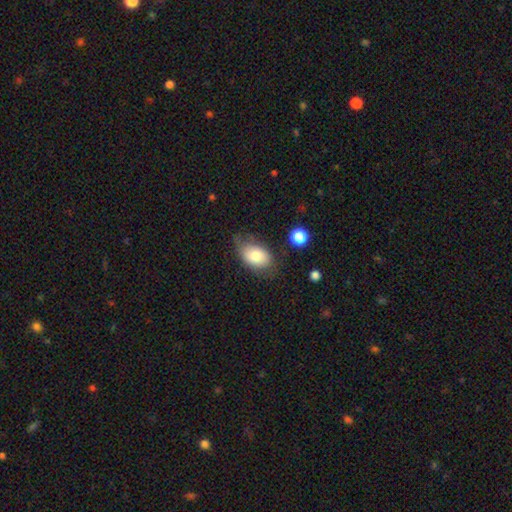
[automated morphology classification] Overall: smooth (76%). How rounded: in between (86%). Merging: none (58%; minor disturbance 29%).